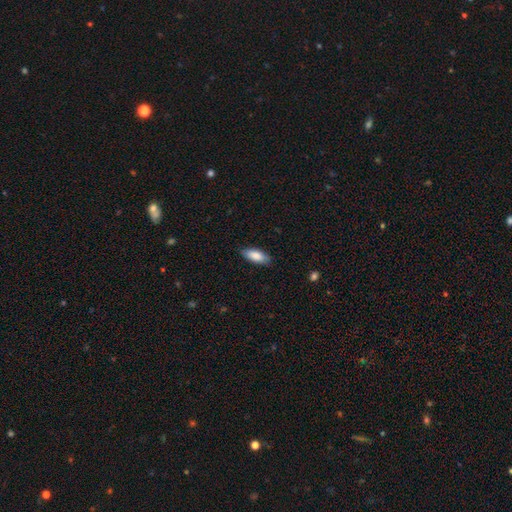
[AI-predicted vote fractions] Smooth or featured?
  - smooth: 86% *
  - featured or disk: 8%
  - star or artifact: 6%
How rounded?
  - in between: 78% *
  - cigar-shaped: 20%
  - round: 2%
Merging?
  - none: 85% *
  - minor disturbance: 11%
  - major disturbance: 2%
  - merger: 1%